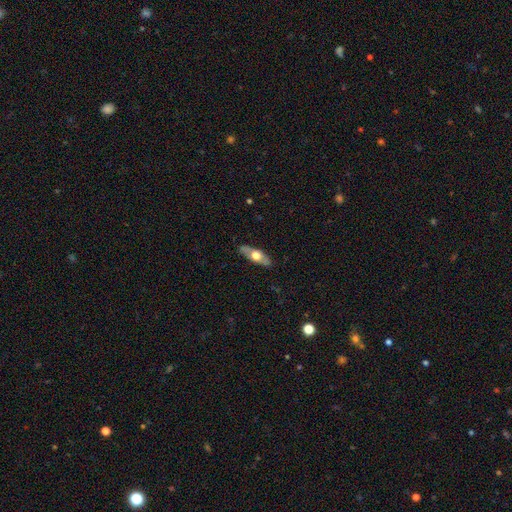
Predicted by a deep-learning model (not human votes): Overall: featured or disk (50%; smooth 45%). Merging: none (85%).